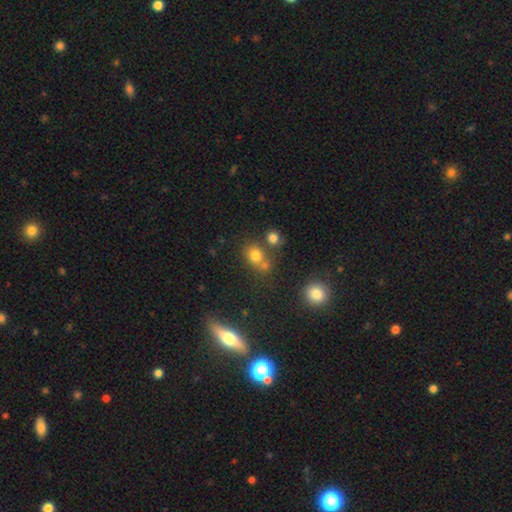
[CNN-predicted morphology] Smooth or featured: smooth — 73% (star or artifact — 18%)
How rounded: round — 64% (in between — 35%)
Merging: none — 55% (merger — 27%)